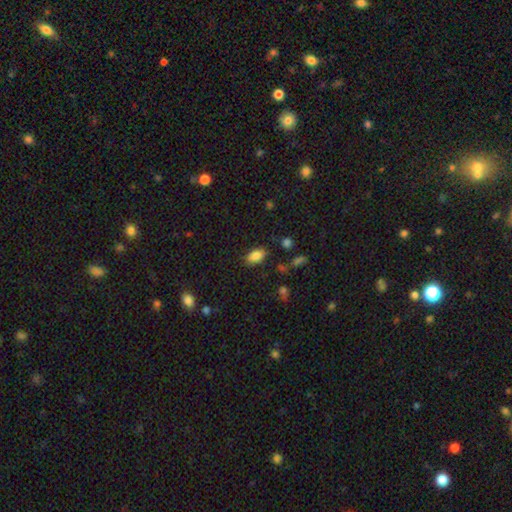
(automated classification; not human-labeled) Smooth or featured?
  - smooth: 85% *
  - star or artifact: 9%
  - featured or disk: 6%
How rounded?
  - in between: 91% *
  - round: 6%
  - cigar-shaped: 3%
Merging?
  - none: 82% *
  - minor disturbance: 13%
  - major disturbance: 3%
  - merger: 2%